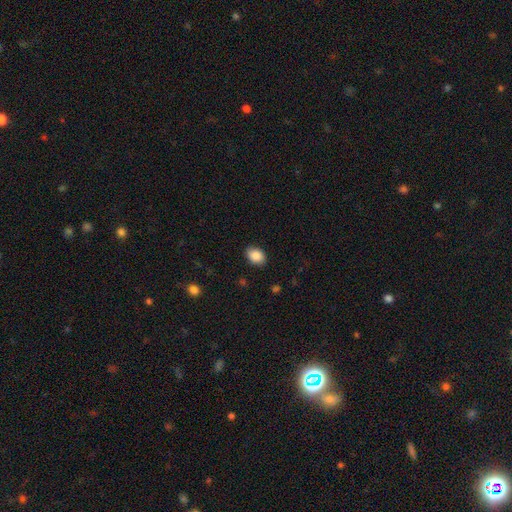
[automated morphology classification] A smooth galaxy with no disk features (88%) that is in between round and cigar-shaped (74%). Merging: none (87%).